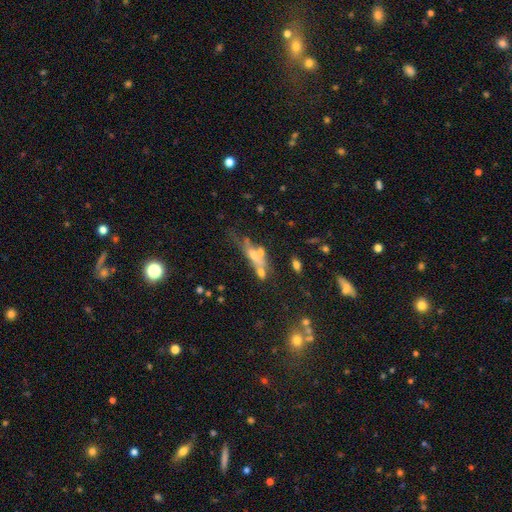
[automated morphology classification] smooth_or_featured: featured or disk (p=0.43) [alt: smooth p=0.42]
merging: merger (p=0.38) [alt: none p=0.28]